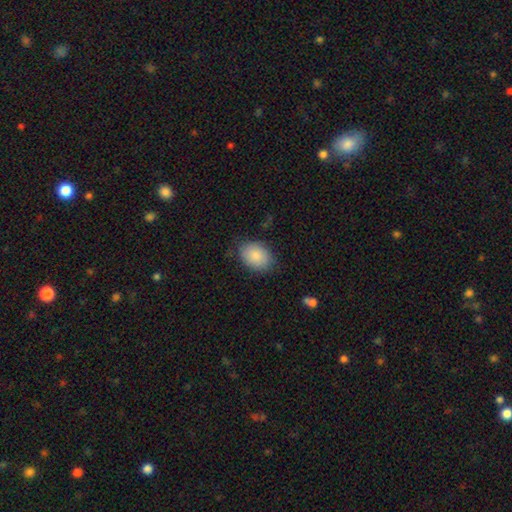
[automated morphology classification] This is clearly a smooth galaxy (85%). How rounded: likely in between (76%). Merging: likely none (78%).